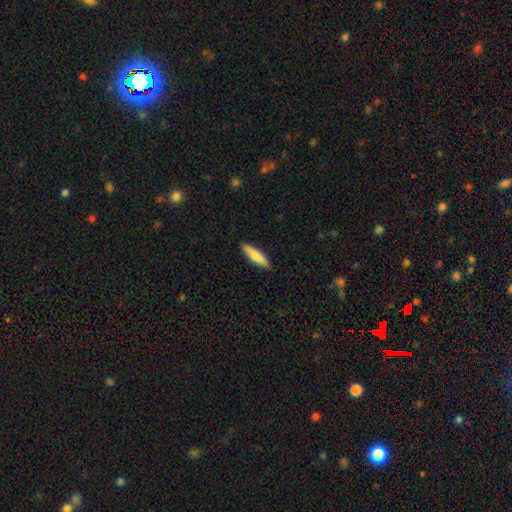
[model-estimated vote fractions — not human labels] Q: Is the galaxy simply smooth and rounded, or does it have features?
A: smooth — 78%.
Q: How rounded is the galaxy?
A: cigar-shaped — 76%.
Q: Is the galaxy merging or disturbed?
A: none — 90%.